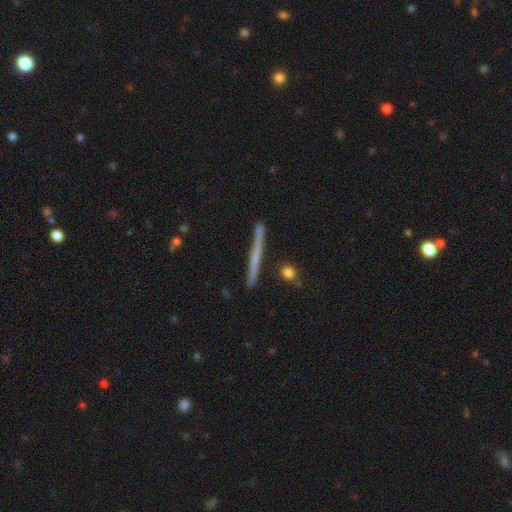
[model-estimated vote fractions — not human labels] Smooth or featured?
  - featured or disk: 51% *
  - smooth: 43%
  - star or artifact: 6%
Edge-on disk?
  - yes: 97% *
  - no: 3%
Merging?
  - none: 90% *
  - minor disturbance: 7%
  - merger: 2%
  - major disturbance: 1%